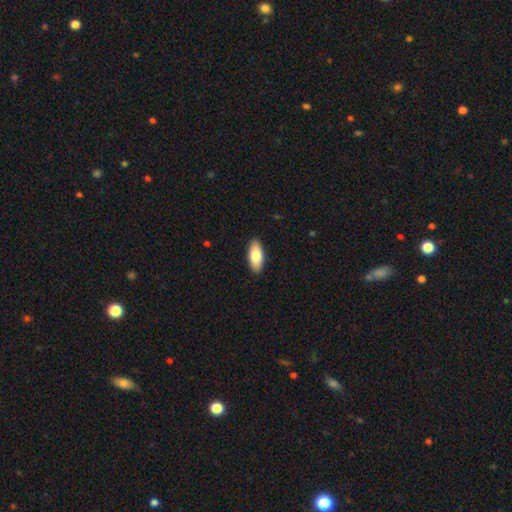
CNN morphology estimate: Smooth or featured: smooth — 79% (featured or disk — 15%)
How rounded: in between — 86% (cigar-shaped — 12%)
Merging: none — 91% (minor disturbance — 7%)